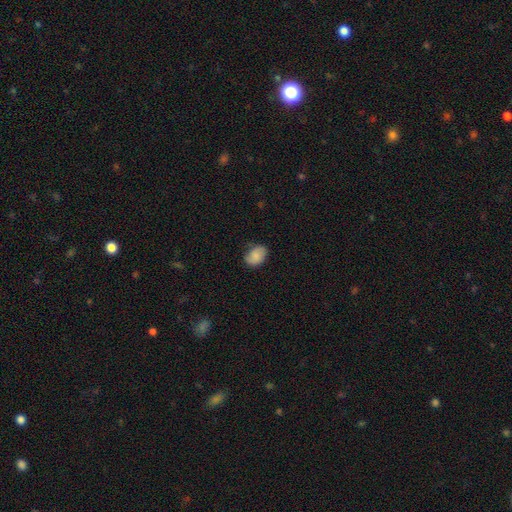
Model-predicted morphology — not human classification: type=smooth (83%); roundness=in between (79%); merging=none (74%).